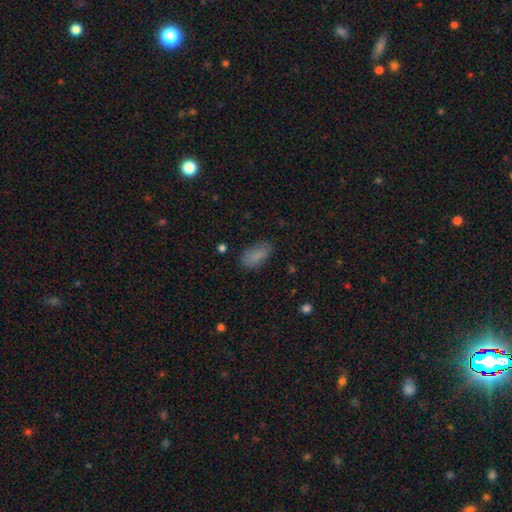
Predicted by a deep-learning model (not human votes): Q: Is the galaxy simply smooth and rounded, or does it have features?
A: smooth — 85%.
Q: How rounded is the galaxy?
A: in between — 91%.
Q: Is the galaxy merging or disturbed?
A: none — 78%.